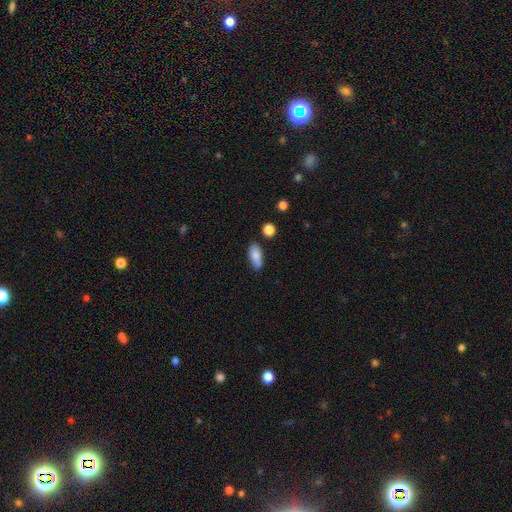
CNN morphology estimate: smooth_or_featured: smooth (p=0.83) [alt: featured or disk p=0.10]
how_rounded: in between (p=0.85) [alt: cigar-shaped p=0.11]
merging: none (p=0.71) [alt: minor disturbance p=0.20]